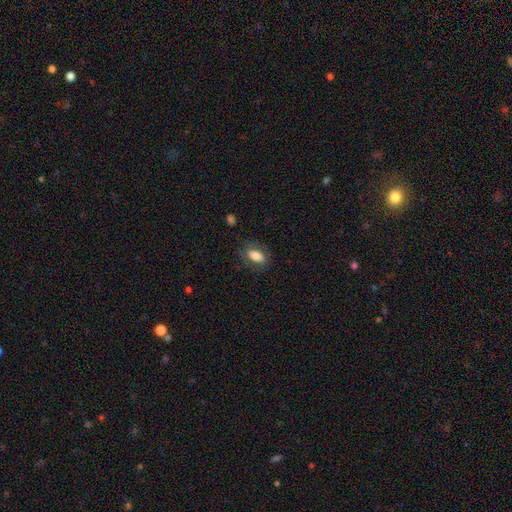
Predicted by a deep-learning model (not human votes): A smooth galaxy with no disk features (78%) that is in between round and cigar-shaped (89%).

Vote fractions:
- Smooth or featured? smooth: 78% / featured or disk: 14% / star or artifact: 8%
- How rounded? in between: 89% / round: 6% / cigar-shaped: 5%
- Merging? none: 75% / minor disturbance: 16% / major disturbance: 7% / merger: 1%